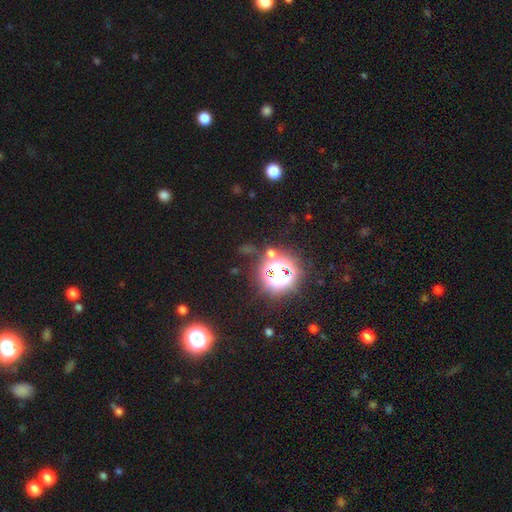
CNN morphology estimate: A star or artifact, not a galaxy (81%).

Vote fractions:
- Smooth or featured? star or artifact: 81% / smooth: 12% / featured or disk: 6%